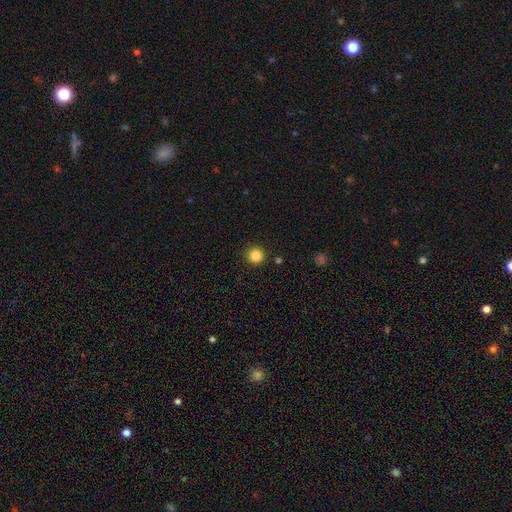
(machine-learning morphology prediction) smooth-or-featured: smooth: 85% | star or artifact: 11% | featured or disk: 4%
  how-rounded: round: 96% | in between: 3% | cigar-shaped: 1%
  merging: none: 92% | minor disturbance: 5% | major disturbance: 2% | merger: 2%